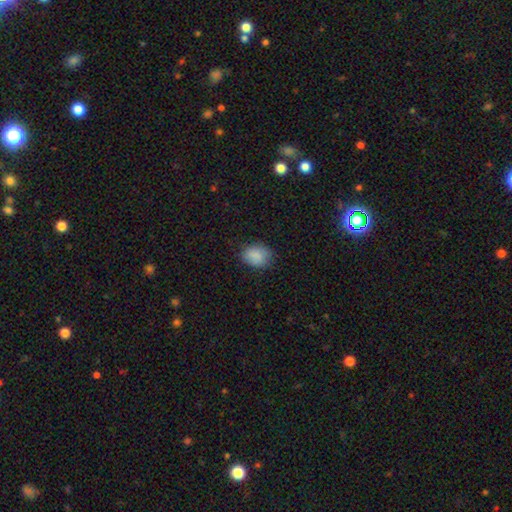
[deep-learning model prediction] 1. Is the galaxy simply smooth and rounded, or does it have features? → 86% smooth, 8% star or artifact, 6% featured or disk.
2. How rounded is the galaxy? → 58% in between, 41% round, 1% cigar-shaped.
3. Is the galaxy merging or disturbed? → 76% none, 18% minor disturbance, 4% major disturbance, 1% merger.